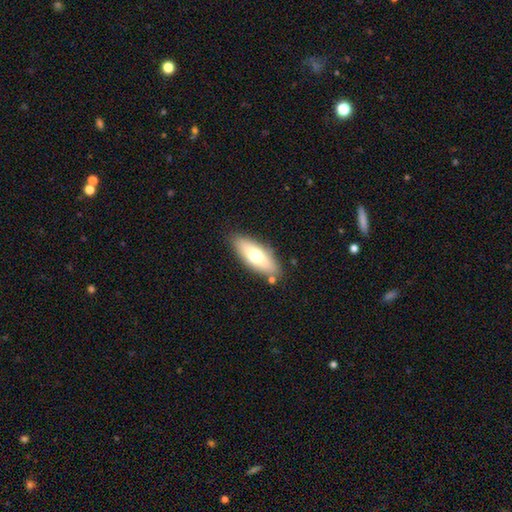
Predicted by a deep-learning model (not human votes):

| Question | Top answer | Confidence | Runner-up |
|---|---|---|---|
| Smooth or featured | smooth | 67% | featured or disk (26%) |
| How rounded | in between | 69% | cigar-shaped (28%) |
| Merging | none | 82% | minor disturbance (12%) |